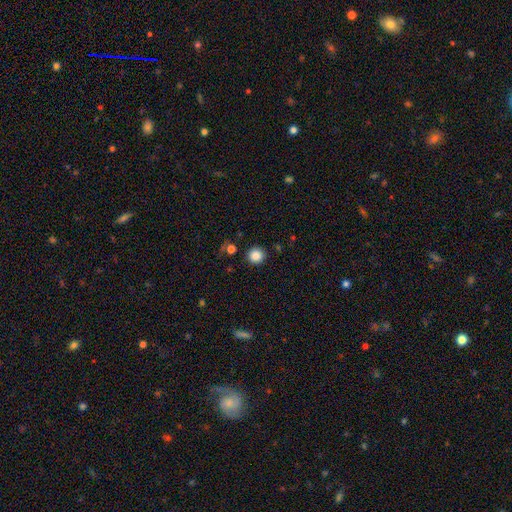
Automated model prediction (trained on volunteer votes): This appears to be a smooth galaxy with no disk features (85%) that is round (94%). Merging: none (89%).